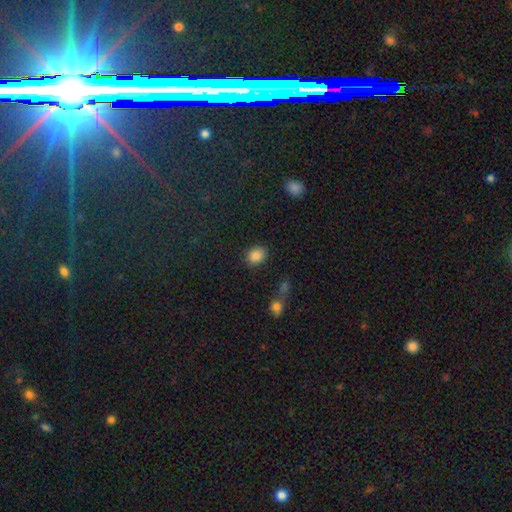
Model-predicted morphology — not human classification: smooth-or-featured: smooth: 84% | star or artifact: 11% | featured or disk: 5%
  how-rounded: round: 51% | in between: 48% | cigar-shaped: 1%
  merging: none: 83% | minor disturbance: 10% | major disturbance: 3% | merger: 3%